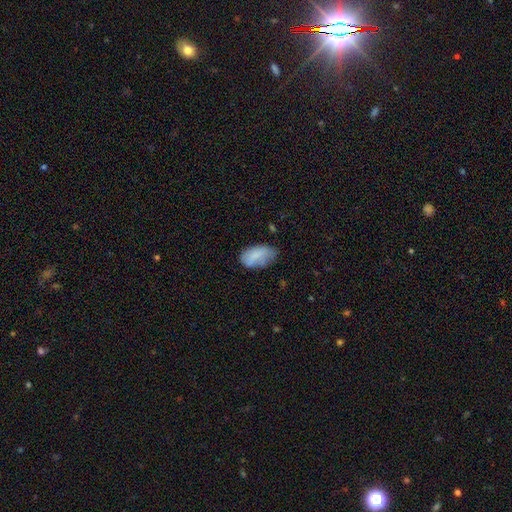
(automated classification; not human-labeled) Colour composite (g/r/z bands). It shows a smooth galaxy with no disk features (78%) that is in between round and cigar-shaped (93%). Merging: none (49%).